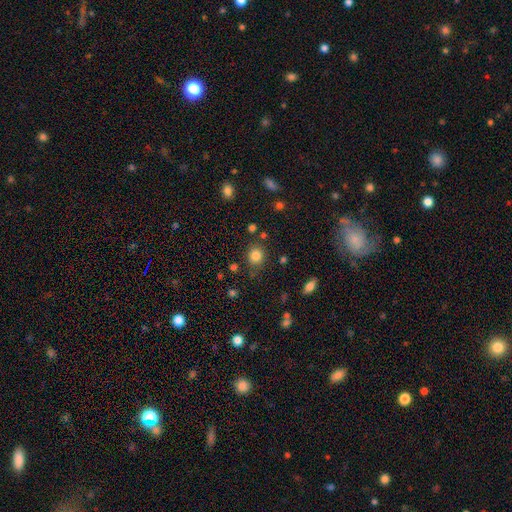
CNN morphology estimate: This appears to be a smooth galaxy with no disk features (82%) that is round (77%). Merging: none (79%).